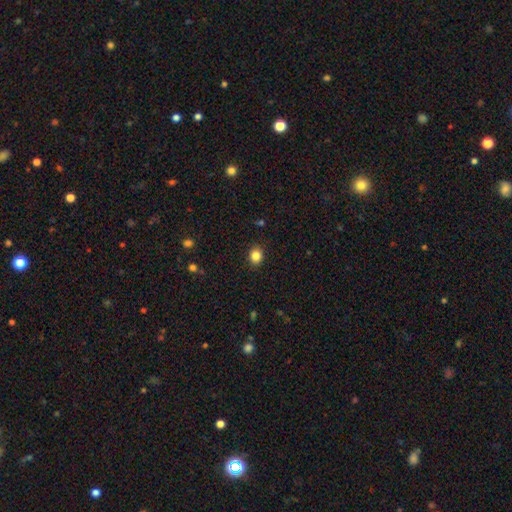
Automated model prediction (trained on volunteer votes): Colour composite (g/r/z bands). It shows a smooth galaxy with no disk features (84%) that is round (60%). Merging: none (88%).